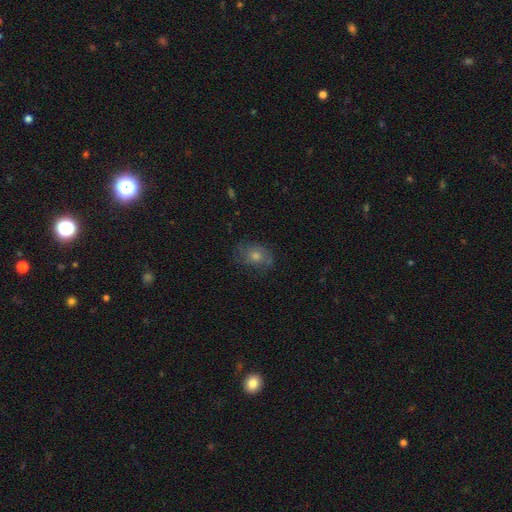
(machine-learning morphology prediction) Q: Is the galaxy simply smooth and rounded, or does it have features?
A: smooth — 46%.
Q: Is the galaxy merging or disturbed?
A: none — 73%.